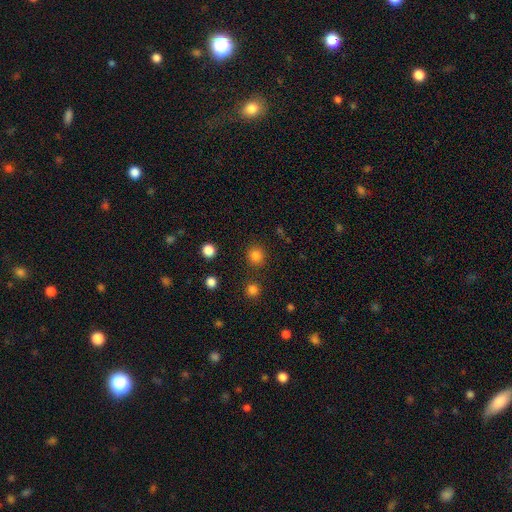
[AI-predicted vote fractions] Smooth or featured?
  - smooth: 82% *
  - star or artifact: 14%
  - featured or disk: 4%
How rounded?
  - round: 92% *
  - in between: 7%
  - cigar-shaped: 1%
Merging?
  - none: 88% *
  - minor disturbance: 6%
  - merger: 3%
  - major disturbance: 3%